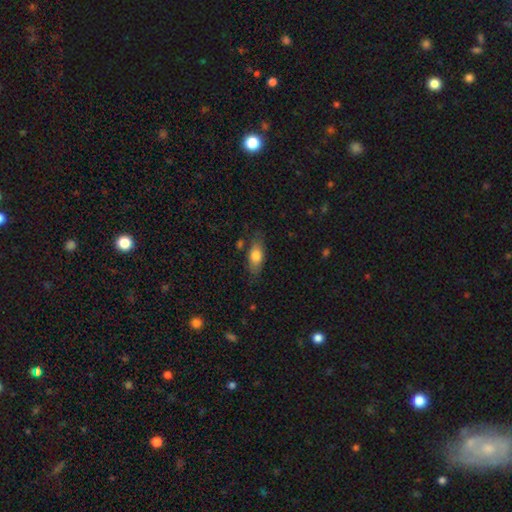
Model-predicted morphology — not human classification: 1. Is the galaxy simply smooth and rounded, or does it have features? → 75% smooth, 18% featured or disk, 7% star or artifact.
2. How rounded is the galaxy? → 82% in between, 14% cigar-shaped, 4% round.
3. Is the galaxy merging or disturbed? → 73% none, 19% minor disturbance, 5% major disturbance, 3% merger.